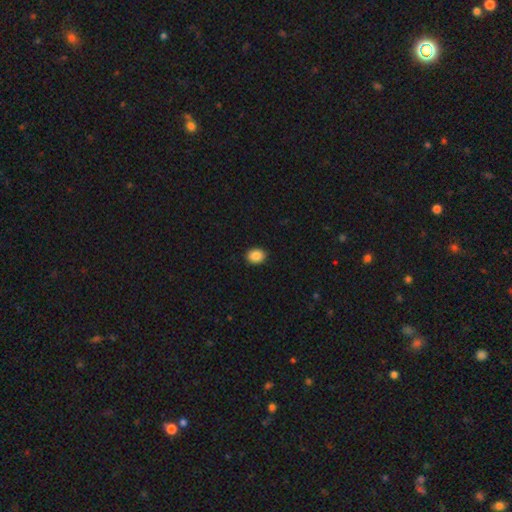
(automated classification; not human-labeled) Smooth or featured? smooth (89%)
How rounded? round (52%)
Merging? none (92%)